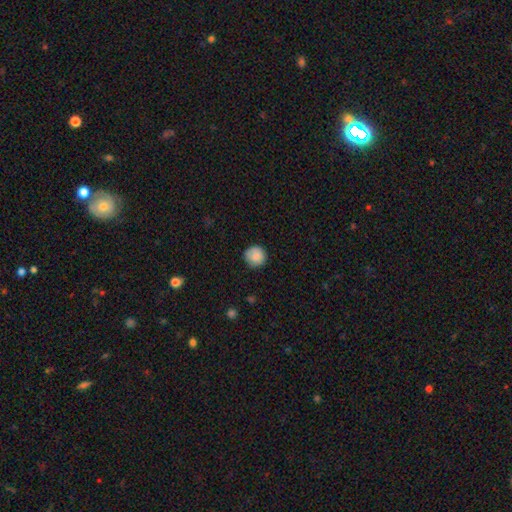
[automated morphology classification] The model was most divided on "merging": none: 84%, minor disturbance: 12%, major disturbance: 2%, merger: 1%. More confident: how rounded — round (94%); smooth or featured — smooth (85%).